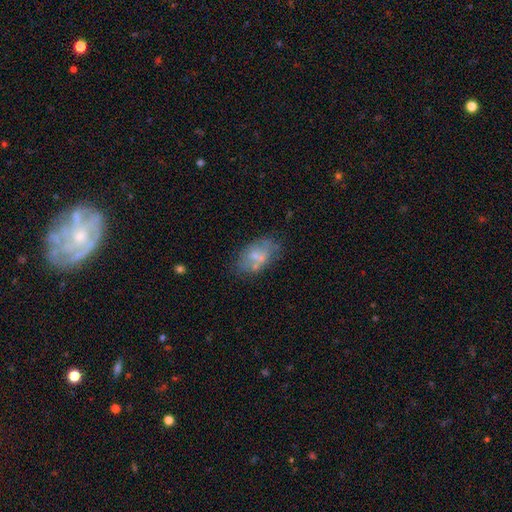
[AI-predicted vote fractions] Morphology: type=smooth (48%); merging=none (53%).